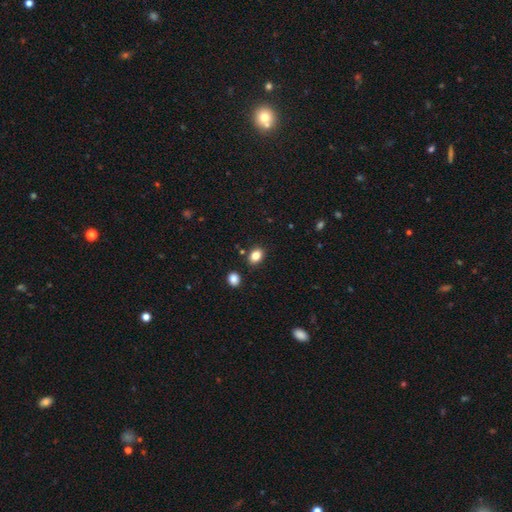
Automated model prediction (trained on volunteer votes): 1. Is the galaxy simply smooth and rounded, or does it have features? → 84% smooth, 10% star or artifact, 6% featured or disk.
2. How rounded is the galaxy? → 69% in between, 30% round, 1% cigar-shaped.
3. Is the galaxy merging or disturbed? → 84% none, 9% minor disturbance, 4% merger, 2% major disturbance.